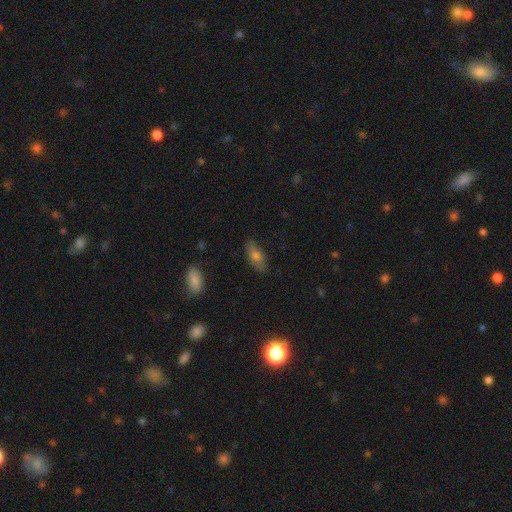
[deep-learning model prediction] Overall: smooth (68%). How rounded: in between (79%). Merging: none (83%).